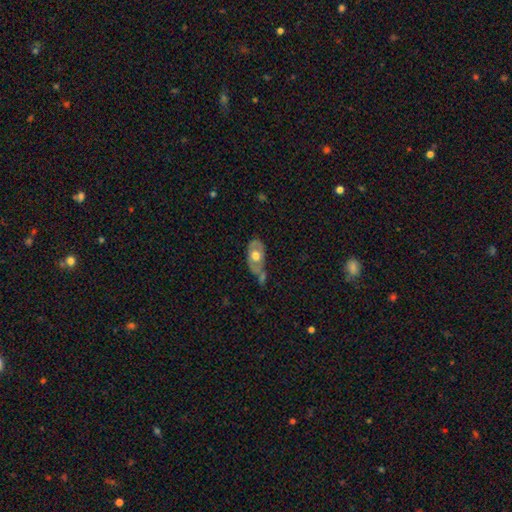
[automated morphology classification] Smooth or featured? Predicted: featured or disk (p=0.48). Merging? Predicted: none (p=0.39).